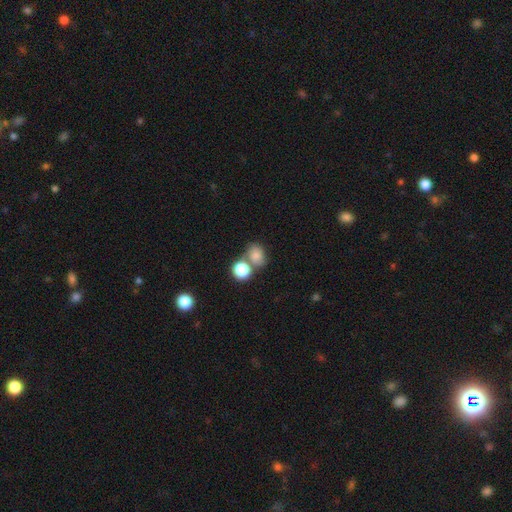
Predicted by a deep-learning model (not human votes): Smooth or featured?
  - smooth: 76% *
  - star or artifact: 13%
  - featured or disk: 11%
How rounded?
  - round: 54% *
  - in between: 44%
  - cigar-shaped: 1%
Merging?
  - none: 47% *
  - merger: 34%
  - minor disturbance: 14%
  - major disturbance: 5%